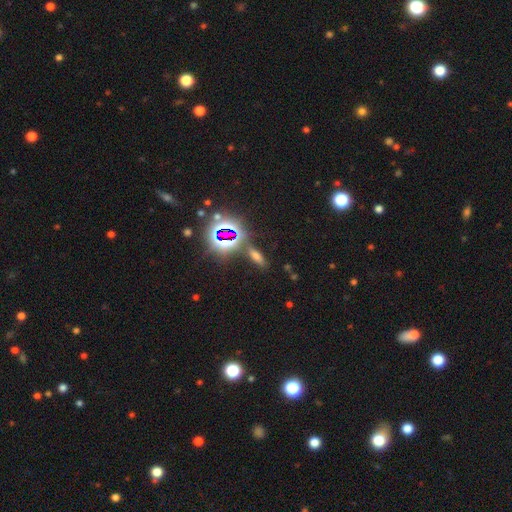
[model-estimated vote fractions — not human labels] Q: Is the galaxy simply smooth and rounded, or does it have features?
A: smooth — 50%.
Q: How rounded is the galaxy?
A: in between — 49%.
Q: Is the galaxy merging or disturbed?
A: none — 77%.